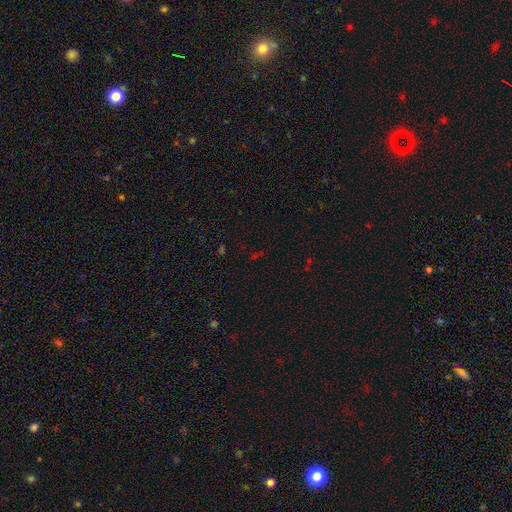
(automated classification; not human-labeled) This appears to be a star or artifact, not a galaxy (66%).